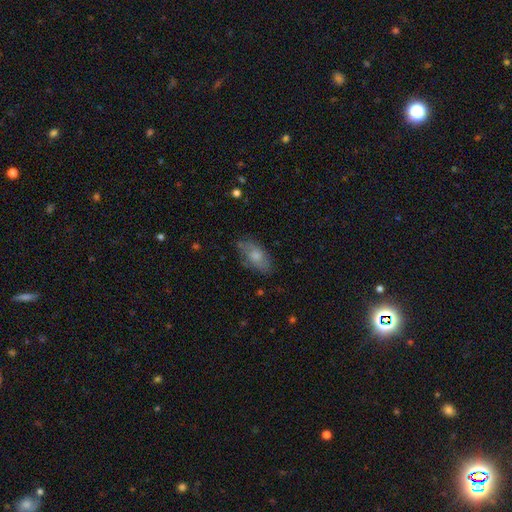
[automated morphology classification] smooth-or-featured: smooth: 67% | featured or disk: 26% | star or artifact: 7%
  how-rounded: in between: 89% | cigar-shaped: 7% | round: 4%
  merging: none: 70% | minor disturbance: 22% | major disturbance: 6% | merger: 2%